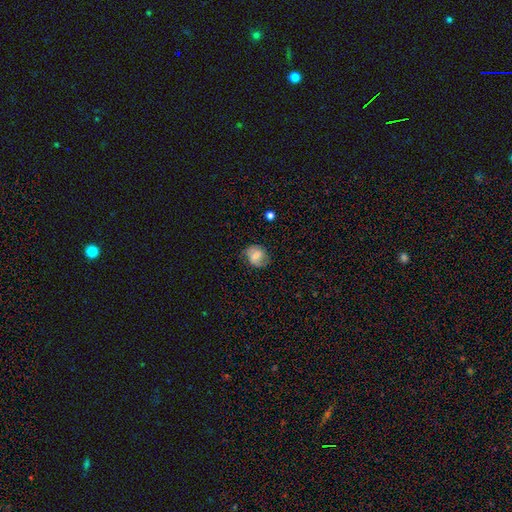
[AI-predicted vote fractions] The model was most divided on "how rounded": round: 59%, in between: 40%, cigar-shaped: 1%. More confident: merging — none (65%); smooth or featured — smooth (57%).